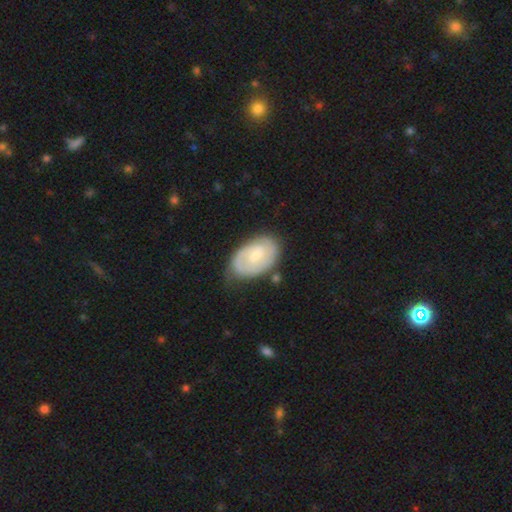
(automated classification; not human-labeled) Q: Smooth or featured?
A: featured or disk (67%); runner-up: smooth (28%)
Q: Edge-on disk?
A: no (97%); runner-up: yes (3%)
Q: Bar?
A: no (50%); runner-up: weak (43%)
Q: Spiral arms?
A: yes (87%); runner-up: no (13%)
Q: Spiral winding?
A: tight (59%); runner-up: medium (32%)
Q: Spiral arm count?
A: 2 (61%); runner-up: can't tell (23%)
Q: Bulge size?
A: small (53%); runner-up: moderate (35%)
Q: Merging?
A: none (69%); runner-up: minor disturbance (22%)